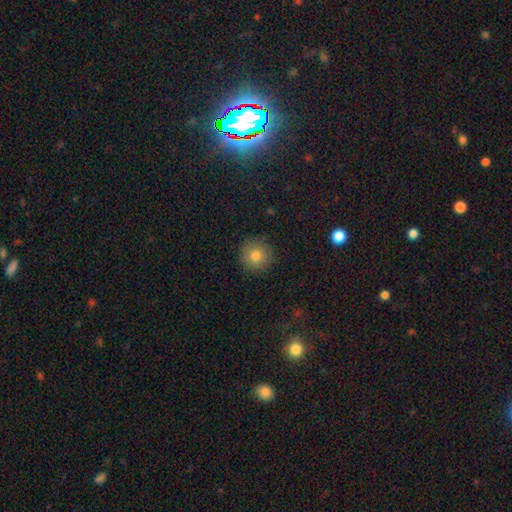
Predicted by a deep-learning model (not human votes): This appears to be a smooth galaxy with no disk features (79%) that is round (95%). Merging: none (89%).